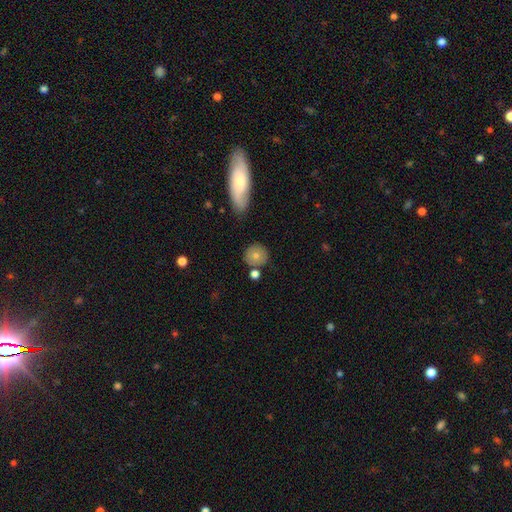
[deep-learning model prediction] This appears to be a smooth galaxy with no disk features (74%) that is round (90%). Merging: none (76%).